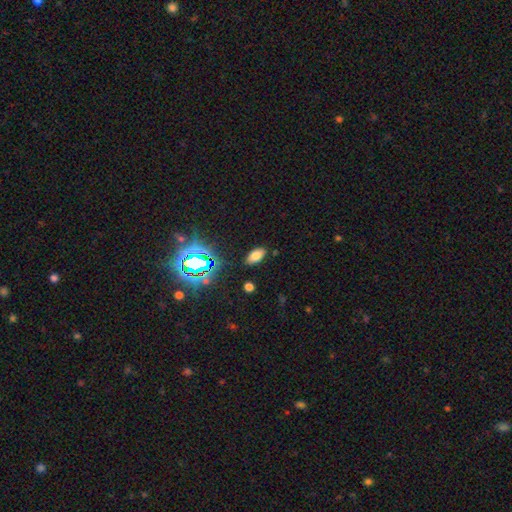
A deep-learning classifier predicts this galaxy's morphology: Smooth or featured? smooth (69%)
How rounded? in between (92%)
Merging? none (87%)